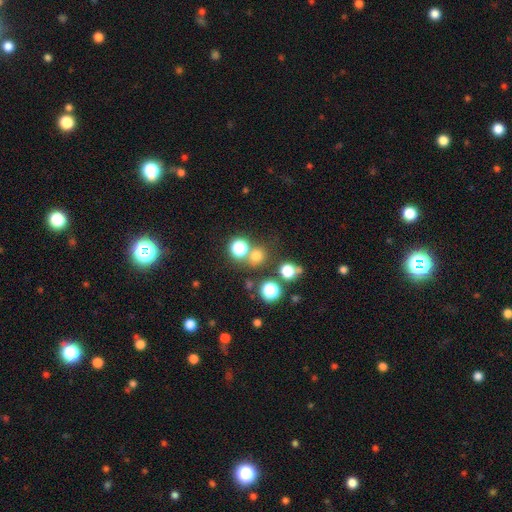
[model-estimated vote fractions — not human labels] Smooth or featured? smooth (66%)
How rounded? round (88%)
Merging? none (70%)